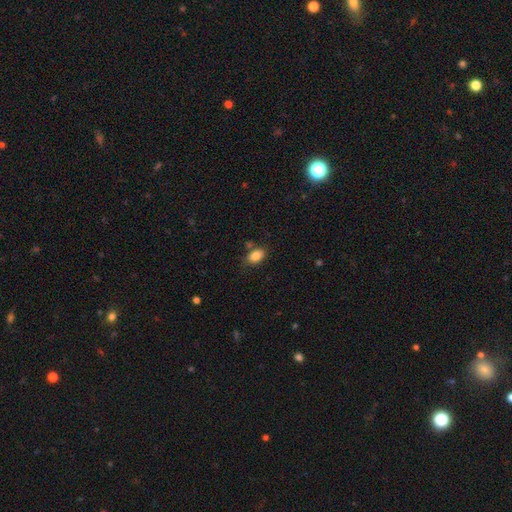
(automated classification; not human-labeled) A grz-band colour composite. It shows a smooth galaxy with no disk features (86%) that is in between round and cigar-shaped (87%). Merging: none (71%).